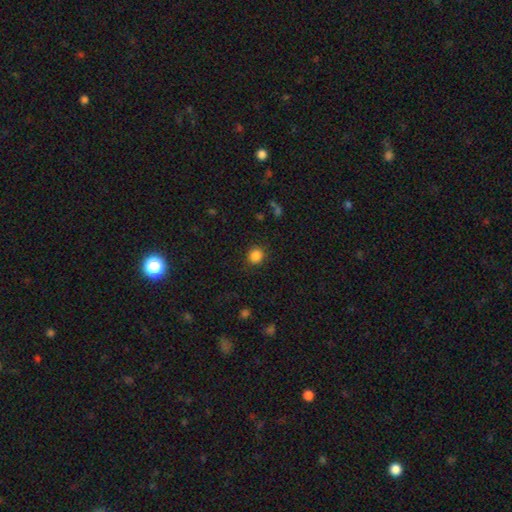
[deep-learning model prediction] Smooth or featured? Predicted: smooth (p=0.86). How rounded? Predicted: round (p=0.86). Merging? Predicted: none (p=0.89).